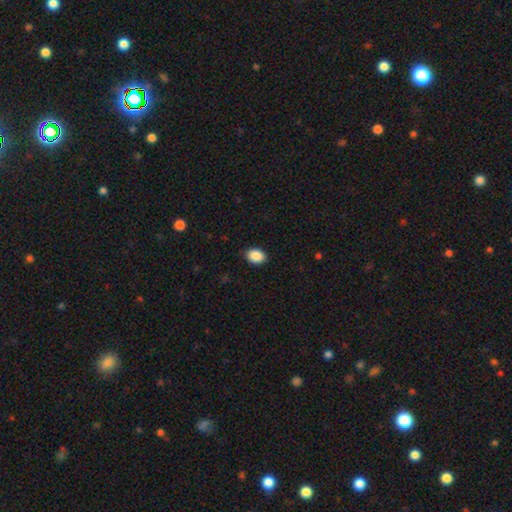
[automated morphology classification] A smooth galaxy with no disk features (89%) that is in between round and cigar-shaped (71%). Merging: none (88%).